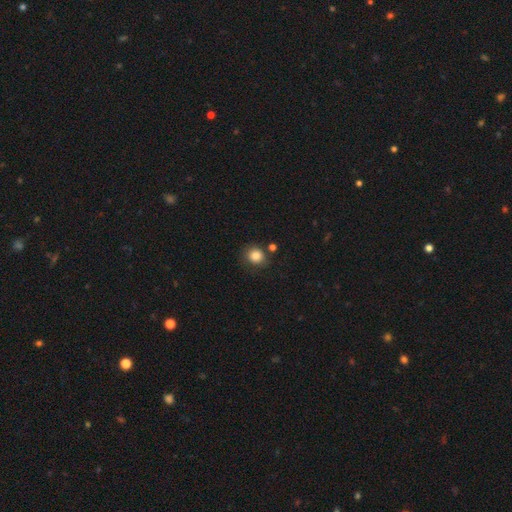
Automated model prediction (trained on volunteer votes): Smooth or featured: smooth — 84% (star or artifact — 10%)
How rounded: round — 84% (in between — 15%)
Merging: none — 75% (minor disturbance — 14%)